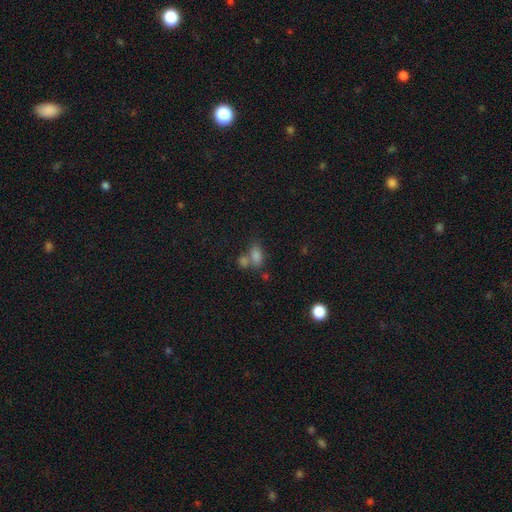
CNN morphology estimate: Overall: smooth (76%). How rounded: in between (83%). Merging: merger (45%; none 37%).